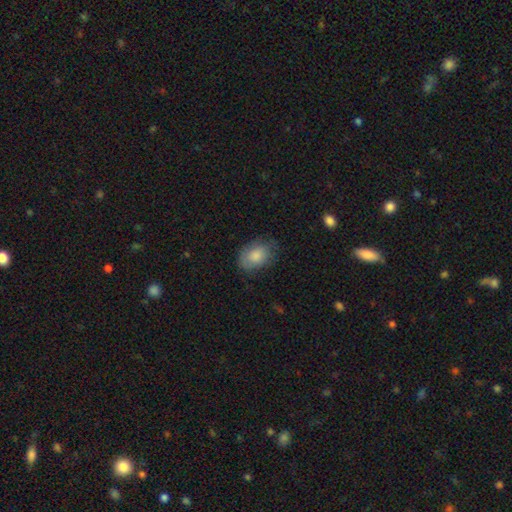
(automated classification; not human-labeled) The model was most divided on "merging": none: 69%, minor disturbance: 23%, major disturbance: 7%, merger: 1%. More confident: smooth or featured — smooth (81%); how rounded — in between (79%).